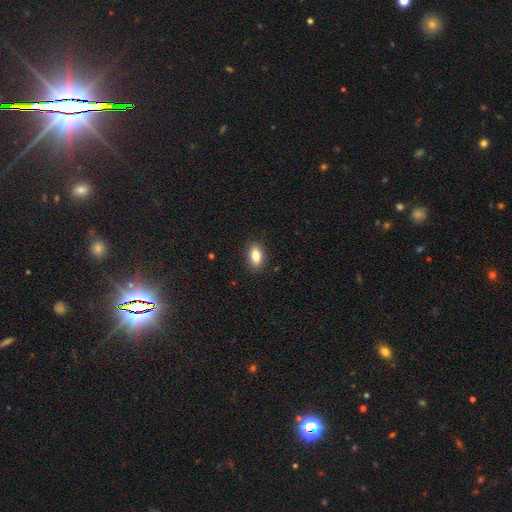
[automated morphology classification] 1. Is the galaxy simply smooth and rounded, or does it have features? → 83% smooth, 9% featured or disk, 8% star or artifact.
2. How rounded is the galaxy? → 88% in between, 7% round, 6% cigar-shaped.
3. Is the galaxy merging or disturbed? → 88% none, 9% minor disturbance, 2% major disturbance, 1% merger.